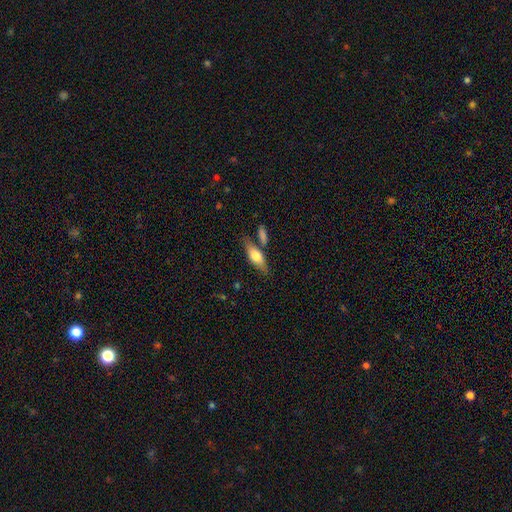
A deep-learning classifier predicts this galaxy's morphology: Smooth or featured? Predicted: smooth (p=0.59). How rounded? Predicted: in between (p=0.57). Merging? Predicted: none (p=0.69).